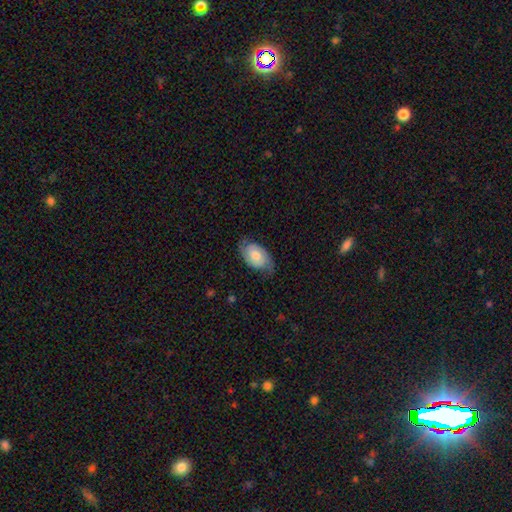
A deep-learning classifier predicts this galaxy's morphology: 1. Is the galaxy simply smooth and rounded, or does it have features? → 55% featured or disk, 39% smooth, 7% star or artifact.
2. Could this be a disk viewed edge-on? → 95% no, 5% yes.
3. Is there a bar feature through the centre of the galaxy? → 62% no, 32% weak, 6% strong.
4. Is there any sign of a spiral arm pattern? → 85% yes, 15% no.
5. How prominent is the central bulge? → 62% moderate, 25% small, 9% large, 3% none, 1% dominant.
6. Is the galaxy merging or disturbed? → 71% none, 21% minor disturbance, 7% major disturbance, 1% merger.